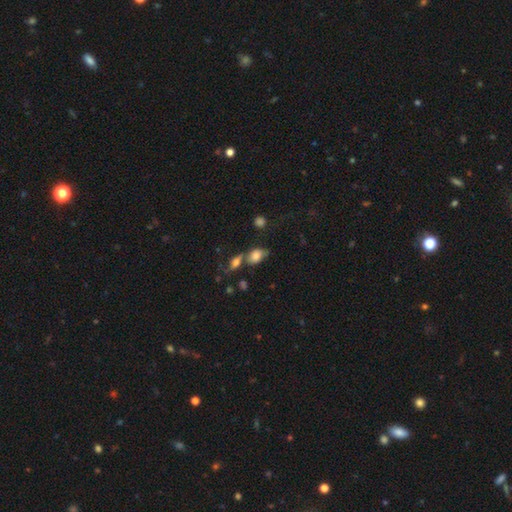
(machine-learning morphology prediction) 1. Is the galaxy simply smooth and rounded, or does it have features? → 76% smooth, 14% featured or disk, 10% star or artifact.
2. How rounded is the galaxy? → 80% in between, 17% round, 3% cigar-shaped.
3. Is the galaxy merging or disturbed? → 41% none, 35% merger, 17% minor disturbance, 8% major disturbance.